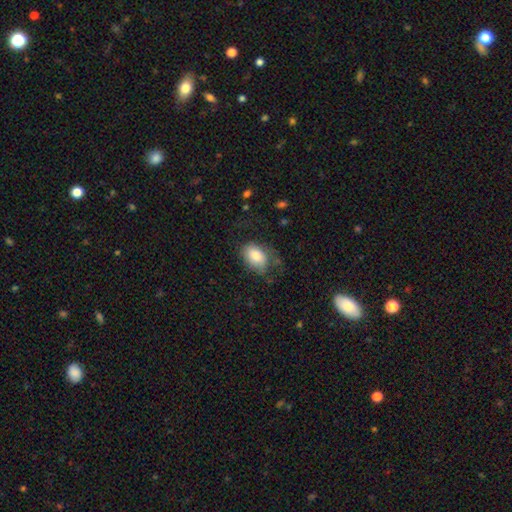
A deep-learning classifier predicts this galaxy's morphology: This is likely a smooth galaxy (77%). How rounded: clearly in between (86%). Merging: possibly none (53%).